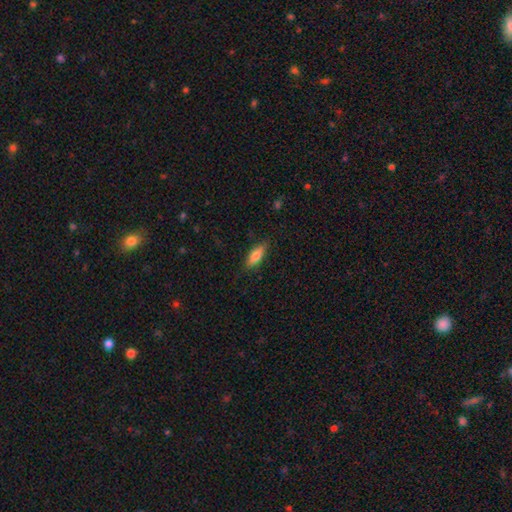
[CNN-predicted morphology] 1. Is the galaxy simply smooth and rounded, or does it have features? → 75% smooth, 18% featured or disk, 7% star or artifact.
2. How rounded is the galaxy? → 67% in between, 31% cigar-shaped, 2% round.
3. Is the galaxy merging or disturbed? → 84% none, 13% minor disturbance, 2% major disturbance, 1% merger.